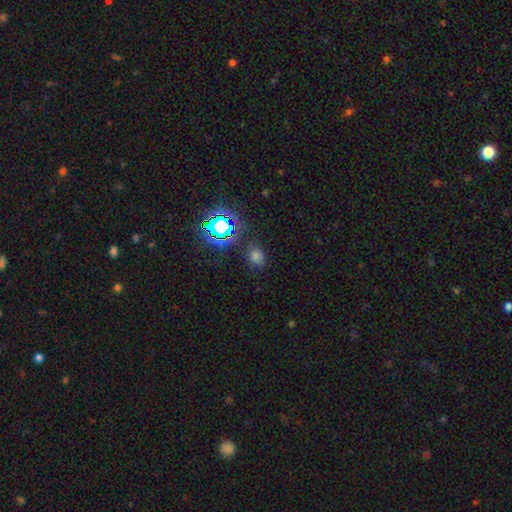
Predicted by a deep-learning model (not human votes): This appears to be a smooth galaxy with no disk features (54%) that is round (56%). Merging: none (81%).